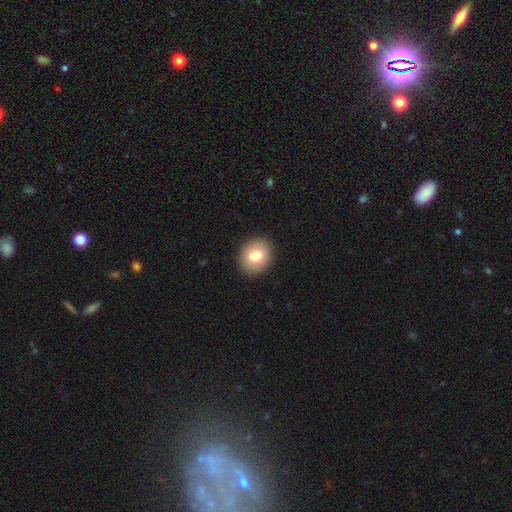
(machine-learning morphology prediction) type=smooth (80%); roundness=round (61%); merging=none (91%).